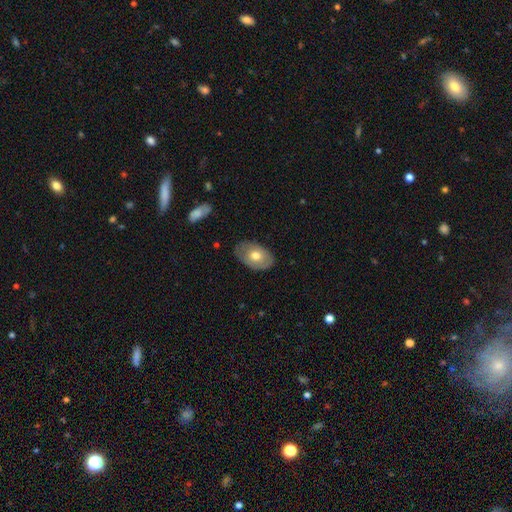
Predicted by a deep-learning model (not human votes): Smooth or featured: smooth — 60% (featured or disk — 34%)
How rounded: in between — 88% (round — 11%)
Merging: none — 74% (minor disturbance — 20%)